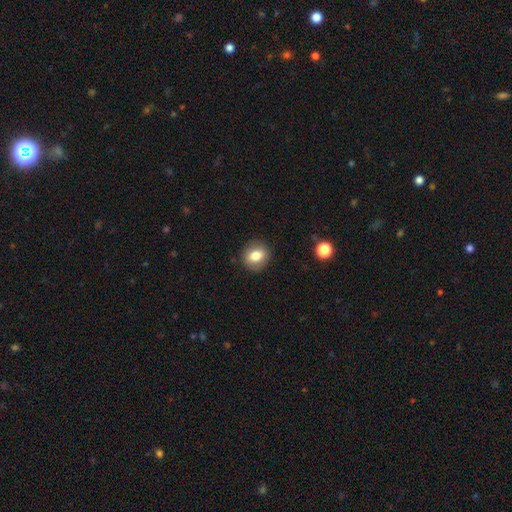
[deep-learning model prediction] A smooth galaxy with no disk features (80%) that is round (66%).

Vote fractions:
- Smooth or featured? smooth: 80% / featured or disk: 11% / star or artifact: 9%
- How rounded? round: 66% / in between: 33% / cigar-shaped: 1%
- Merging? none: 87% / minor disturbance: 9% / major disturbance: 3% / merger: 1%